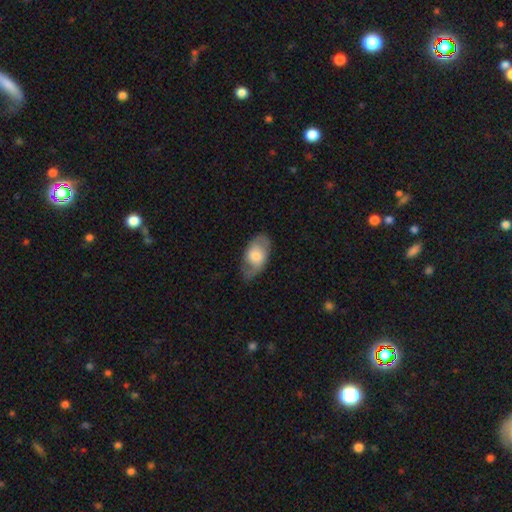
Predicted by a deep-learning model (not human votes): smooth 55%, featured or disk 39%, star or artifact 6%. Down the decision tree: how rounded — in between (92%); merging — none (63%).